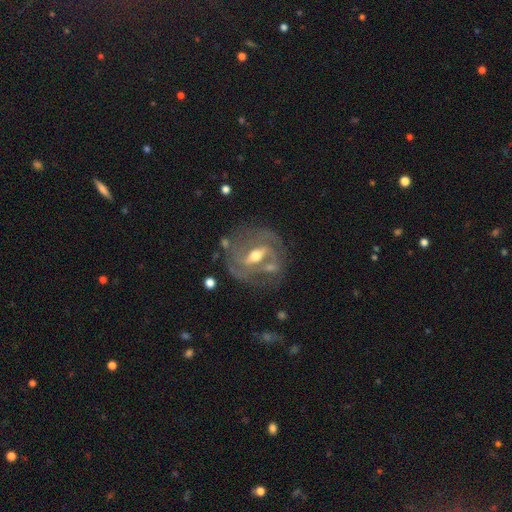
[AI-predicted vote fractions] A featured or disk galaxy (85%) with a strong bar (52%), 2 (50%) tight (49%) spiral arms (83%) and a moderate central bulge (71%).

Vote fractions:
- Smooth or featured? featured or disk: 85% / smooth: 10% / star or artifact: 6%
- Edge-on disk? no: 93% / yes: 7%
- Bar? strong: 52% / weak: 34% / no: 14%
- Spiral arms? yes: 83% / no: 17%
- Spiral winding? tight: 49% / medium: 38% / loose: 12%
- Spiral arm count? 2: 50% / can't tell: 23% / 3: 14% / 1: 5% / 4: 4% / more than 4: 3%
- Bulge size? moderate: 71% / small: 21% / large: 6% / none: 1% / dominant: 1%
- Merging? none: 63% / minor disturbance: 18% / major disturbance: 10% / merger: 9%